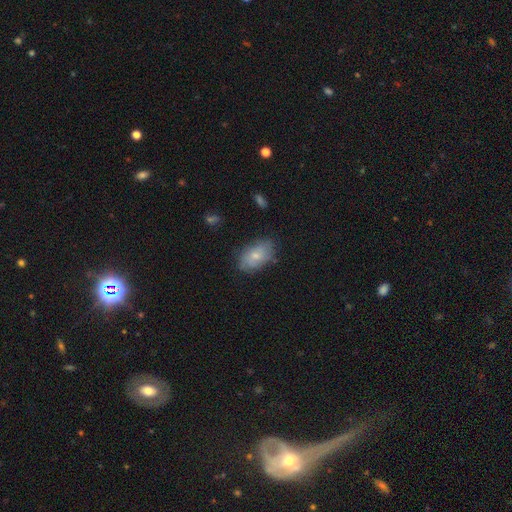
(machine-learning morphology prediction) type=smooth (60%); roundness=in between (91%); merging=none (73%).